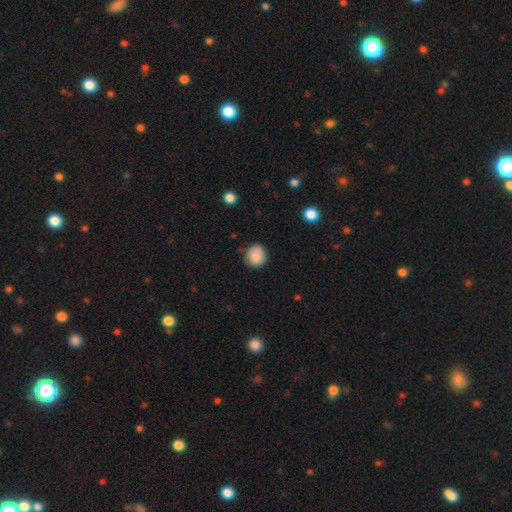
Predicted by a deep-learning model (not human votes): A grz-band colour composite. It shows a smooth galaxy with no disk features (87%) that is round (86%). Merging: none (80%).